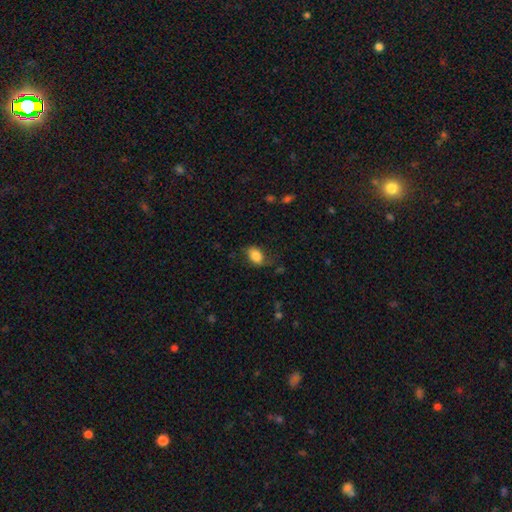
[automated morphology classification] This appears to be a smooth galaxy with no disk features (82%) that is in between round and cigar-shaped (86%). Merging: none (63%).